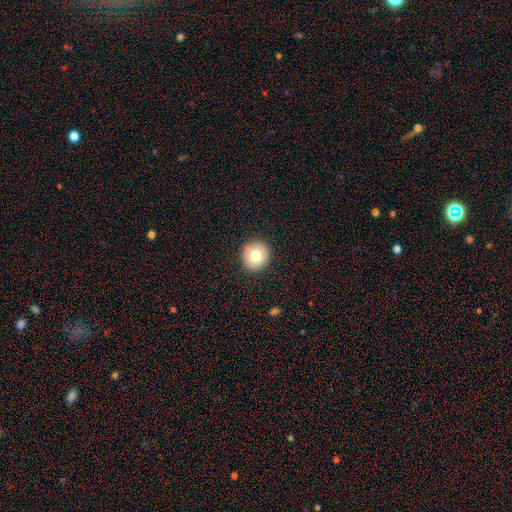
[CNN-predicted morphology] type=smooth (75%); roundness=round (92%); merging=none (88%).